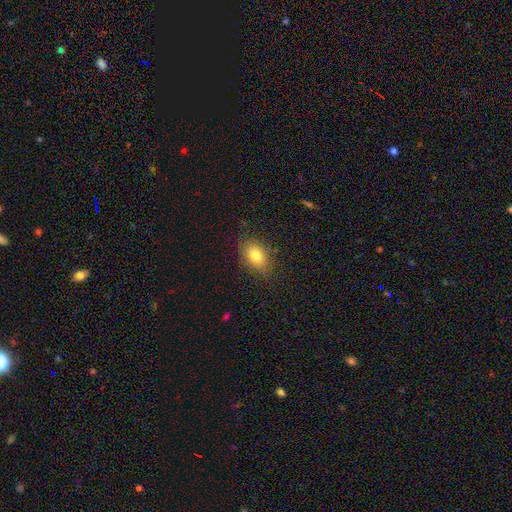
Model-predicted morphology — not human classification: smooth-or-featured: smooth: 80% | featured or disk: 11% | star or artifact: 9%
  how-rounded: in between: 83% | round: 15% | cigar-shaped: 2%
  merging: none: 83% | minor disturbance: 12% | major disturbance: 3% | merger: 1%